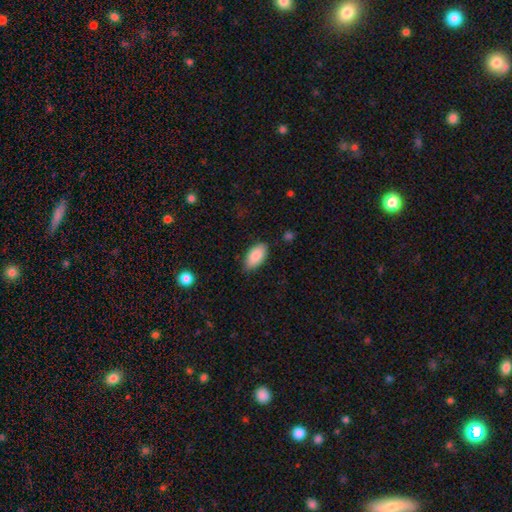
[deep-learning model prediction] Smooth or featured? Predicted: smooth (p=0.87). How rounded? Predicted: in between (p=0.95). Merging? Predicted: none (p=0.82).